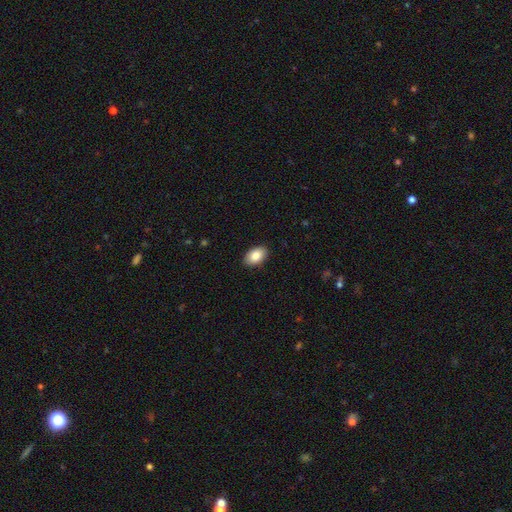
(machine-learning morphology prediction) Smooth or featured: smooth — 85% (featured or disk — 8%)
How rounded: in between — 92% (round — 7%)
Merging: none — 89% (minor disturbance — 8%)